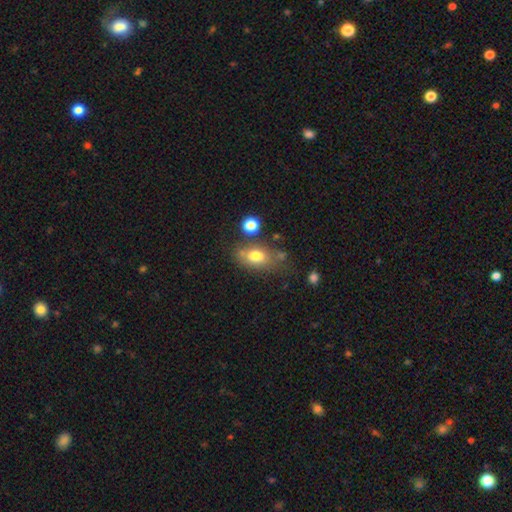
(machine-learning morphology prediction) smooth_or_featured: smooth (p=0.75) [alt: featured or disk p=0.15]
how_rounded: in between (p=0.80) [alt: round p=0.17]
merging: none (p=0.58) [alt: minor disturbance p=0.20]